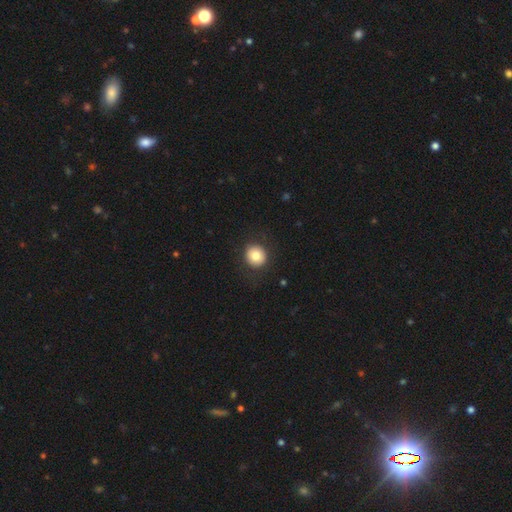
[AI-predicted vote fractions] This is clearly a smooth galaxy (80%). How rounded: clearly round (91%). Merging: clearly none (88%).